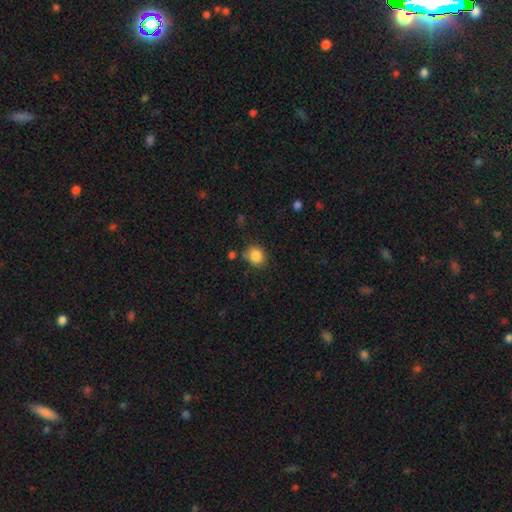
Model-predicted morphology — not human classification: Overall: smooth (86%). How rounded: round (71%). Merging: none (75%).